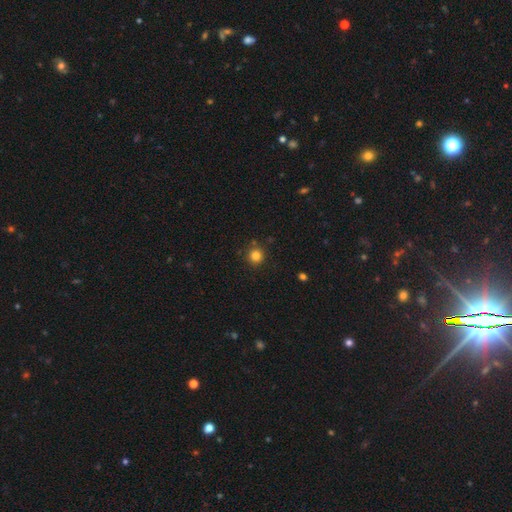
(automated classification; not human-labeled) smooth 82%, star or artifact 13%, featured or disk 5%. Down the decision tree: how rounded — round (94%); merging — none (86%).